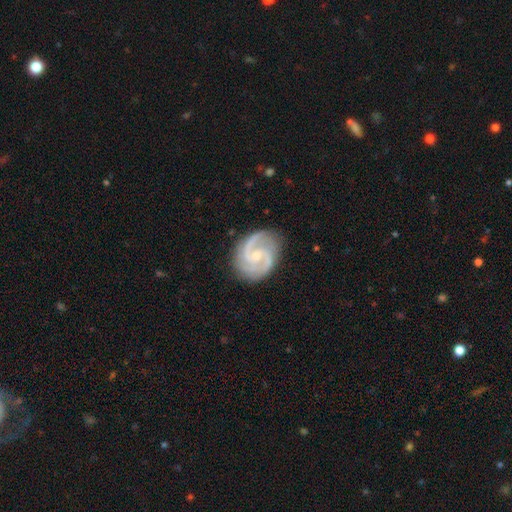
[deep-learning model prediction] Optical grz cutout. It shows a featured or disk galaxy (92%) with no bar (51%), 2 (71%) medium (56%) spiral arms (98%) and a small central bulge (66%). Merging: none (81%).